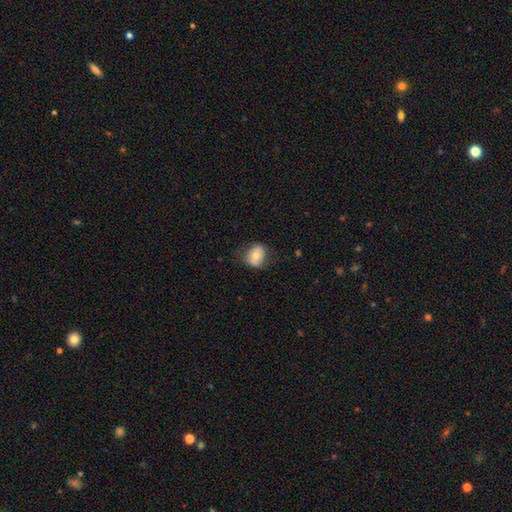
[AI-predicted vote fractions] Q: Smooth or featured?
A: smooth (67%); runner-up: featured or disk (24%)
Q: How rounded?
A: in between (53%); runner-up: round (46%)
Q: Merging?
A: none (69%); runner-up: minor disturbance (22%)